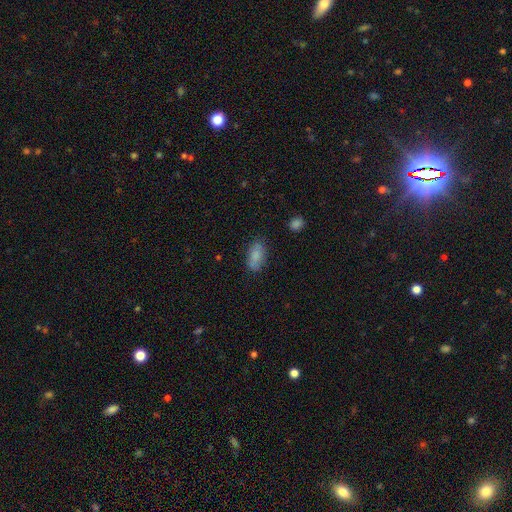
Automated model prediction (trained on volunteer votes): A smooth galaxy with no disk features (82%) that is in between round and cigar-shaped (90%). Merging: none (75%).